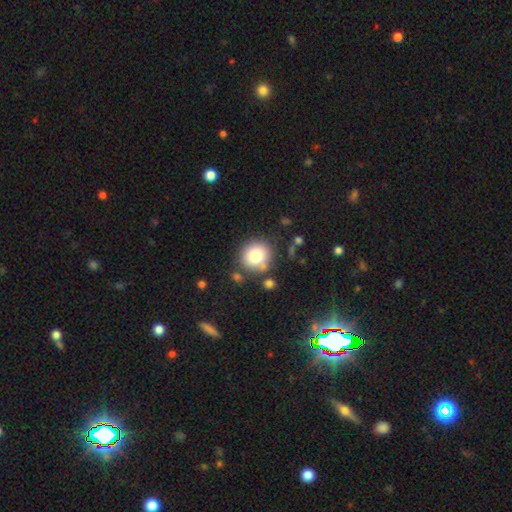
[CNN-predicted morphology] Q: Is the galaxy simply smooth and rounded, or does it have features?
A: smooth — 80%.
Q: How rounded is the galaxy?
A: round — 89%.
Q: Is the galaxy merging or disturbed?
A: none — 78%.